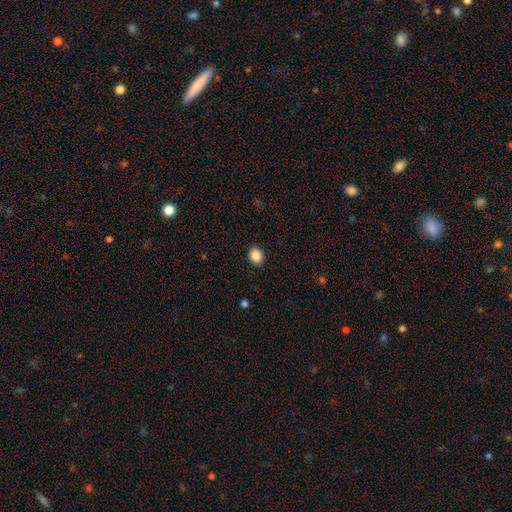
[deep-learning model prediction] This appears to be a smooth galaxy with no disk features (87%) that is round (51%). Merging: none (90%).